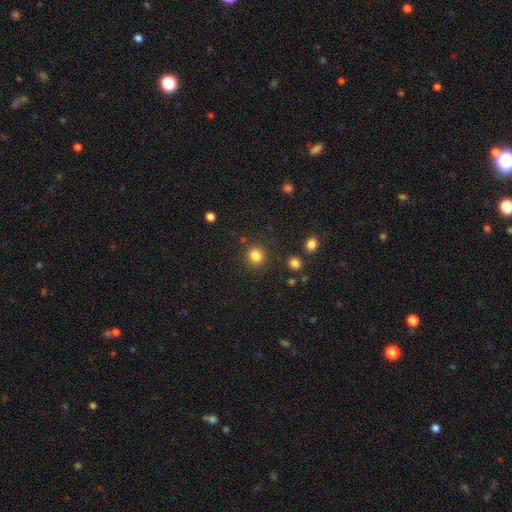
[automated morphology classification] Smooth or featured? Predicted: smooth (p=0.84). How rounded? Predicted: round (p=0.89). Merging? Predicted: none (p=0.86).